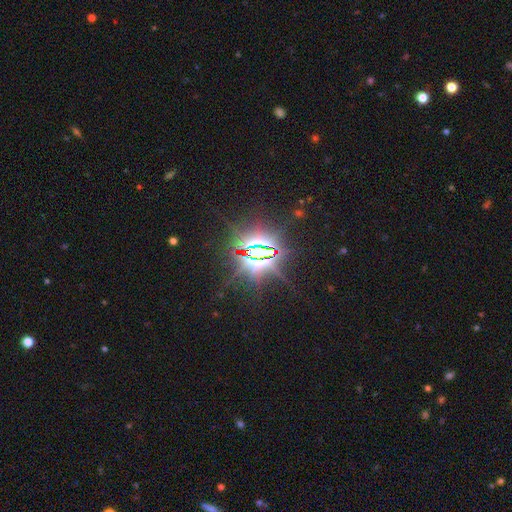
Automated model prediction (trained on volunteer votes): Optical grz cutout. It shows a star or artifact, not a galaxy (88%).